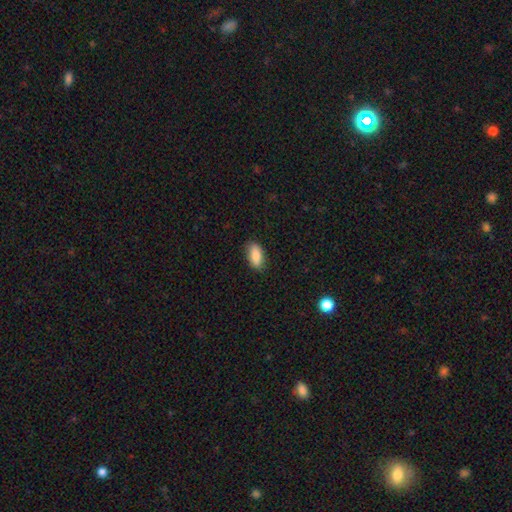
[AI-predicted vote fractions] Smooth or featured? smooth (85%)
How rounded? in between (89%)
Merging? none (86%)